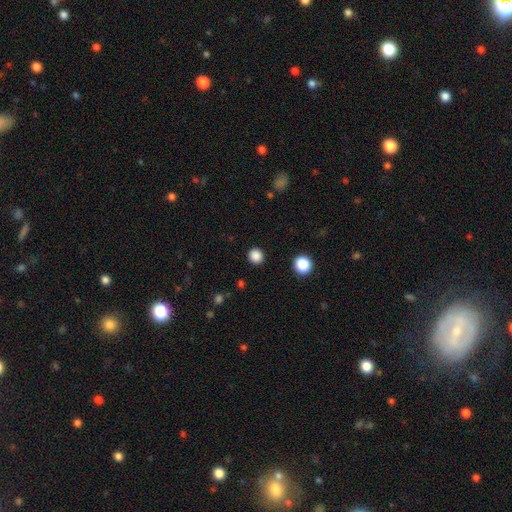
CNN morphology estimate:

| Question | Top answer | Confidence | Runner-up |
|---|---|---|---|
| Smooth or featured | smooth | 86% | star or artifact (11%) |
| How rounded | round | 92% | in between (7%) |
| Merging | none | 92% | minor disturbance (5%) |